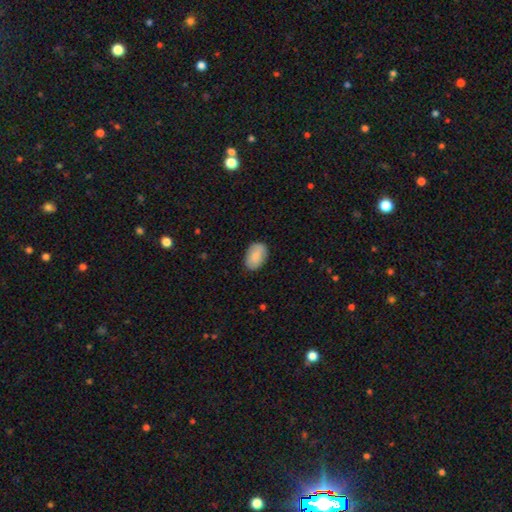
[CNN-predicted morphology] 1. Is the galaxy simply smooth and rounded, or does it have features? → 85% smooth, 9% featured or disk, 6% star or artifact.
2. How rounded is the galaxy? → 90% in between, 9% round, 1% cigar-shaped.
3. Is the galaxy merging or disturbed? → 85% none, 11% minor disturbance, 2% major disturbance, 1% merger.